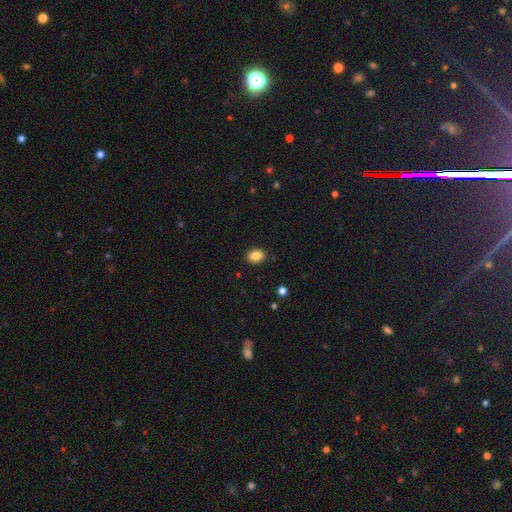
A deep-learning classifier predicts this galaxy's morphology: smooth_or_featured: smooth (p=0.87) [alt: star or artifact p=0.09]
how_rounded: in between (p=0.74) [alt: round p=0.25]
merging: none (p=0.89) [alt: minor disturbance p=0.08]